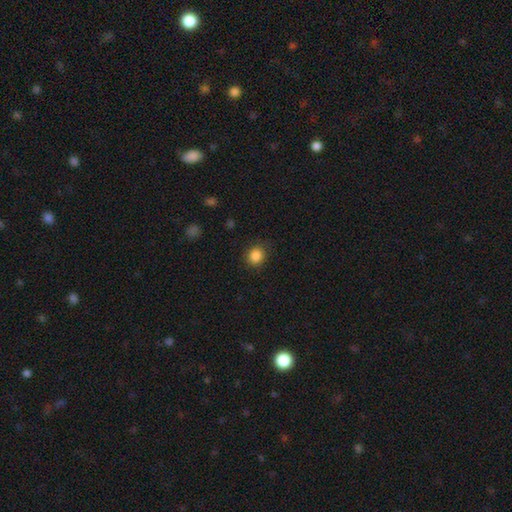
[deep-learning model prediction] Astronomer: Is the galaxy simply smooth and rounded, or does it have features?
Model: smooth — 86%.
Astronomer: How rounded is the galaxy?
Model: round — 78%.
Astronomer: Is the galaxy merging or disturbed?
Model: none — 84%.